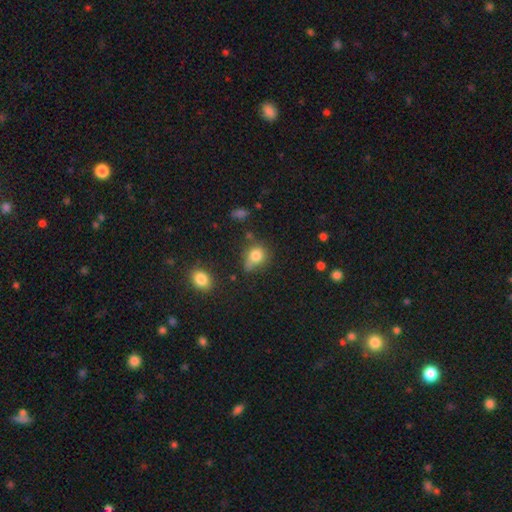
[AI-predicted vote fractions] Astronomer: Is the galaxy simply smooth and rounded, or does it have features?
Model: smooth — 78%.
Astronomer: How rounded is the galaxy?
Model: round — 55% (runner-up: in between, 43%).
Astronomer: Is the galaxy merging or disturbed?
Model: none — 46% (runner-up: minor disturbance, 32%).